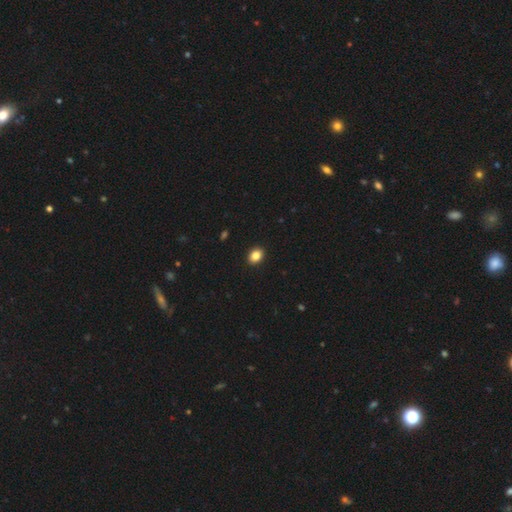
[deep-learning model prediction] smooth 86%, star or artifact 9%, featured or disk 4%. Down the decision tree: how rounded — in between (62%); merging — none (92%).